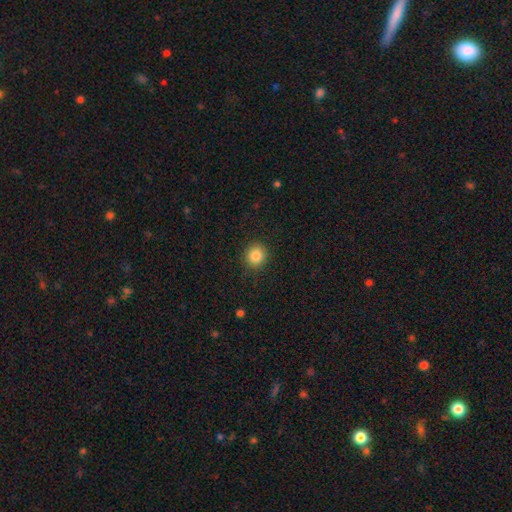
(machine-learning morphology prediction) A smooth galaxy with no disk features (85%) that is round (87%). Merging: none (89%).